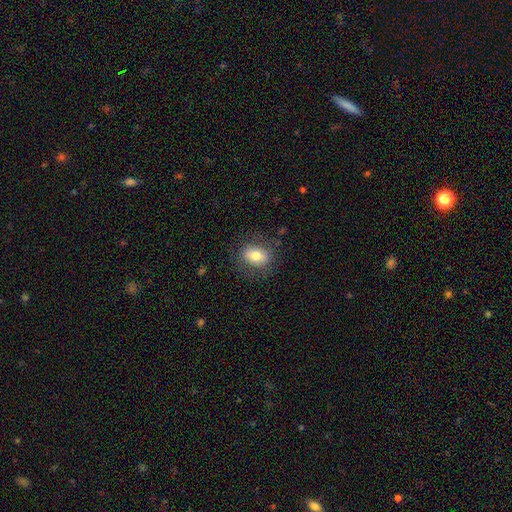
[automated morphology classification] Smooth or featured? Predicted: smooth (p=0.76). How rounded? Predicted: in between (p=0.68). Merging? Predicted: none (p=0.80).